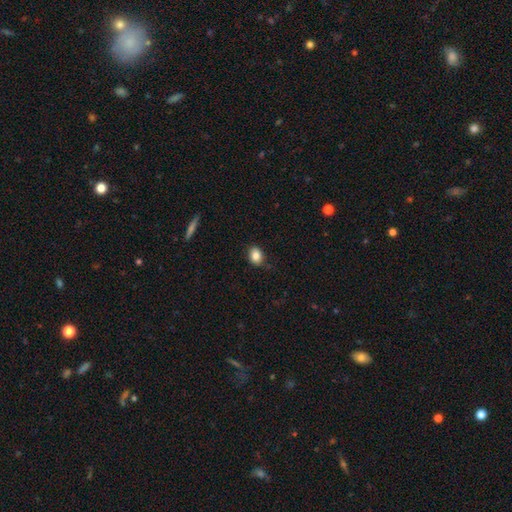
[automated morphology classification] Q: Smooth or featured?
A: smooth (84%); runner-up: star or artifact (9%)
Q: How rounded?
A: in between (64%); runner-up: round (35%)
Q: Merging?
A: none (80%); runner-up: minor disturbance (15%)